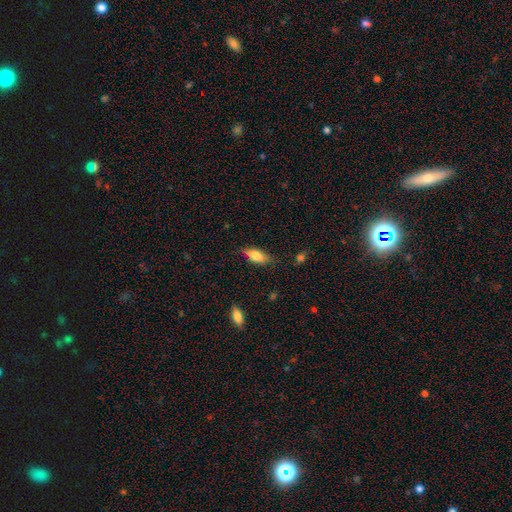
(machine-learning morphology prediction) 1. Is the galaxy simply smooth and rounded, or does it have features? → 73% smooth, 20% featured or disk, 7% star or artifact.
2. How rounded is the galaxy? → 73% in between, 25% cigar-shaped, 3% round.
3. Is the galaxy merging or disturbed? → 78% none, 17% minor disturbance, 3% major disturbance, 2% merger.